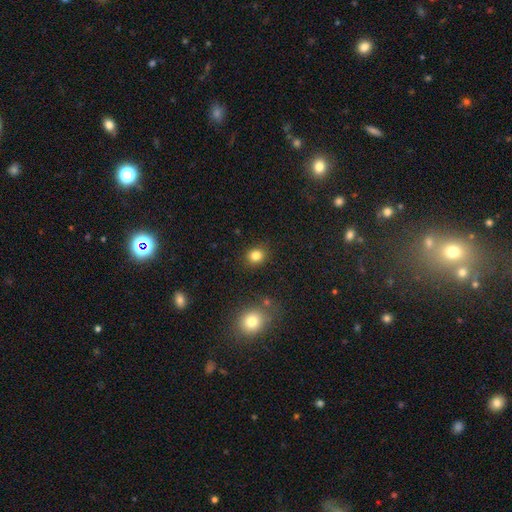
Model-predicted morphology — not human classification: Smooth or featured?
  - smooth: 83% *
  - star or artifact: 12%
  - featured or disk: 6%
How rounded?
  - round: 74% *
  - in between: 25%
  - cigar-shaped: 1%
Merging?
  - none: 87% *
  - minor disturbance: 8%
  - major disturbance: 3%
  - merger: 2%